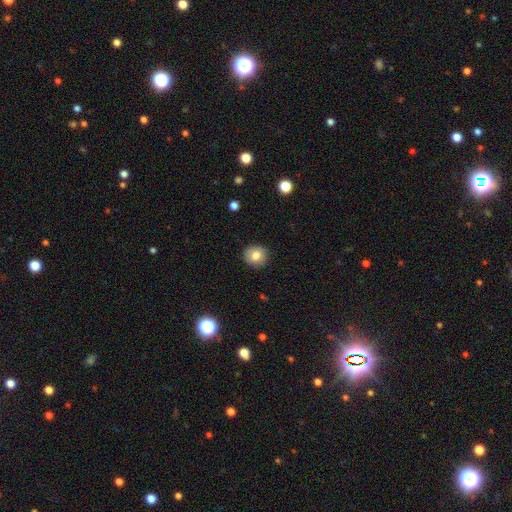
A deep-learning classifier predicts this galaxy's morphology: Overall: smooth (81%). How rounded: round (84%). Merging: none (88%).